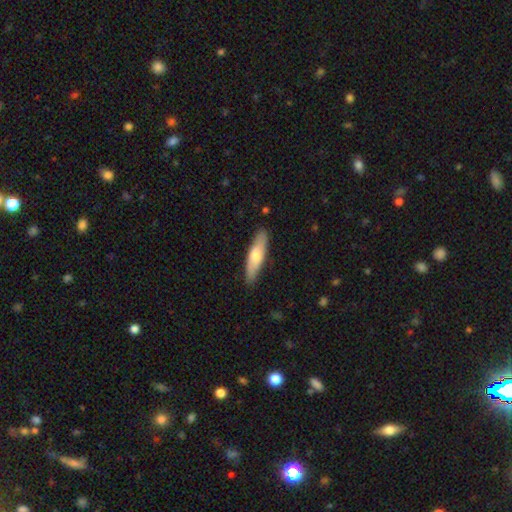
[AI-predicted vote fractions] Smooth or featured: smooth — 60% (featured or disk — 34%)
How rounded: cigar-shaped — 67% (in between — 31%)
Merging: none — 87% (minor disturbance — 10%)